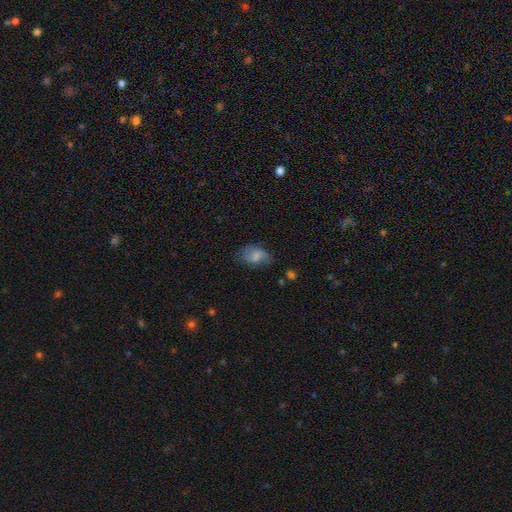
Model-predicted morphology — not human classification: Overall: smooth (71%). How rounded: in between (84%). Merging: none (58%; minor disturbance 28%).